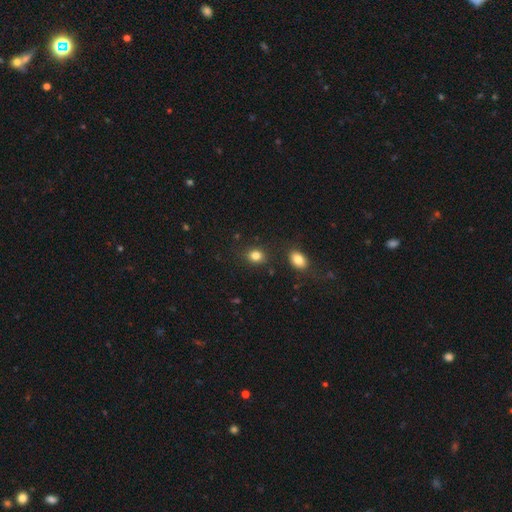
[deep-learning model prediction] Q: Smooth or featured?
A: smooth (83%); runner-up: star or artifact (11%)
Q: How rounded?
A: round (53%); runner-up: in between (46%)
Q: Merging?
A: none (82%); runner-up: minor disturbance (10%)